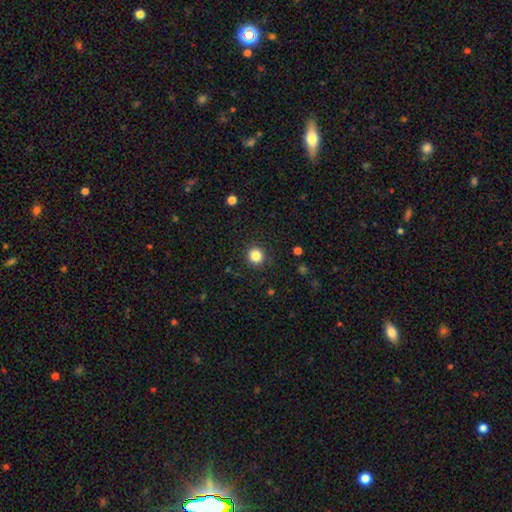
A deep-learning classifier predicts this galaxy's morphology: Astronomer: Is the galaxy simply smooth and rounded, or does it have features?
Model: smooth — 84%.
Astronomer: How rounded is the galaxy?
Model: round — 91%.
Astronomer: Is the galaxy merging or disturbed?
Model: none — 91%.